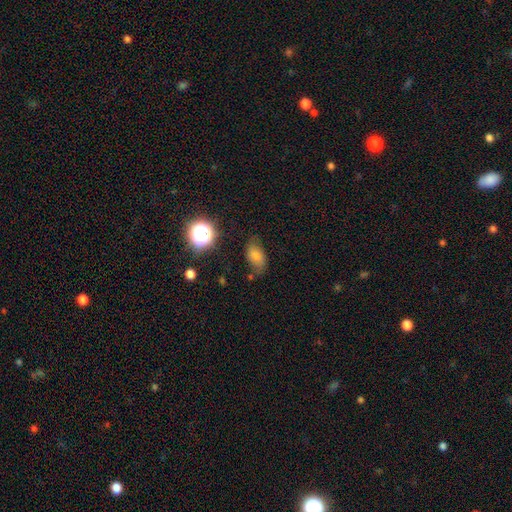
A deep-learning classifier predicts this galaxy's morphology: A smooth galaxy with no disk features (69%) that is in between round and cigar-shaped (86%). Merging: none (65%).